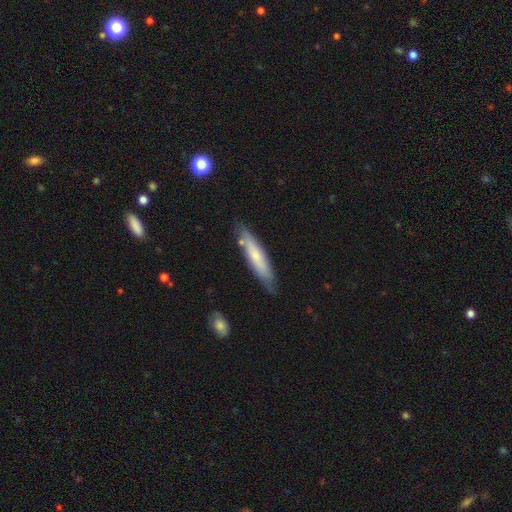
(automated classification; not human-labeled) Smooth or featured?
  - smooth: 60% *
  - featured or disk: 34%
  - star or artifact: 6%
How rounded?
  - cigar-shaped: 84% *
  - in between: 15%
  - round: 1%
Merging?
  - none: 77% *
  - minor disturbance: 17%
  - major disturbance: 3%
  - merger: 3%